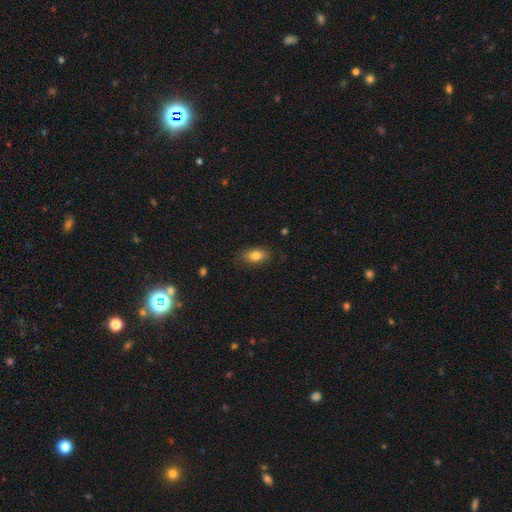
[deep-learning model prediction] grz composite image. It shows a smooth galaxy with no disk features (79%) that is in between round and cigar-shaped (86%). Merging: none (83%).